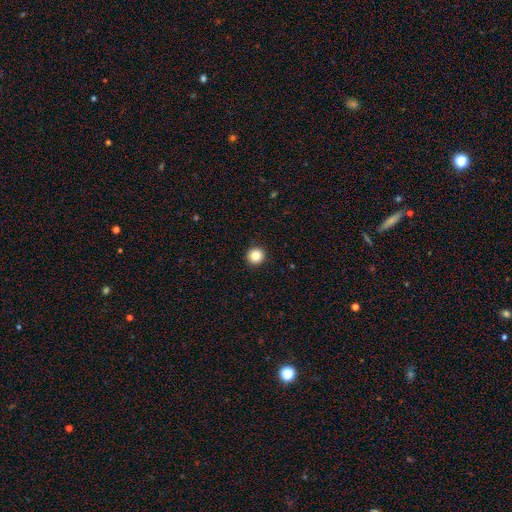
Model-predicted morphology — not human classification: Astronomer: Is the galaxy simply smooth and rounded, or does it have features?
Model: smooth — 84%.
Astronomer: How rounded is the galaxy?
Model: round — 96%.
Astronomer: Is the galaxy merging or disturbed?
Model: none — 94%.